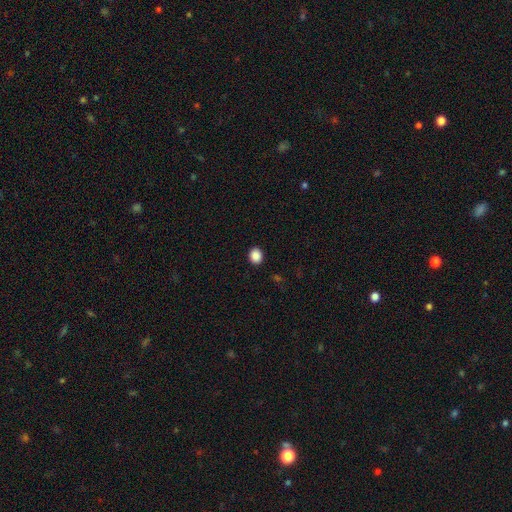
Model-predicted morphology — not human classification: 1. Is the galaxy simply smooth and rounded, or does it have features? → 89% smooth, 9% star or artifact, 2% featured or disk.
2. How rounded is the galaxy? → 63% round, 36% in between, 1% cigar-shaped.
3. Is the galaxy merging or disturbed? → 91% none, 6% minor disturbance, 2% major disturbance, 1% merger.